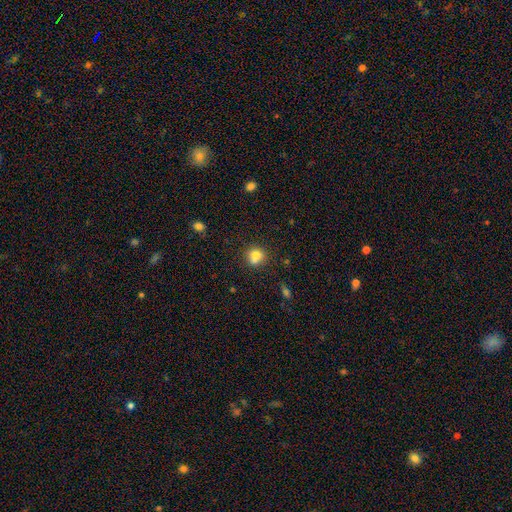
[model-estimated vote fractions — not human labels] Smooth or featured: smooth — 75% (featured or disk — 13%)
How rounded: round — 86% (in between — 13%)
Merging: none — 54% (merger — 32%)